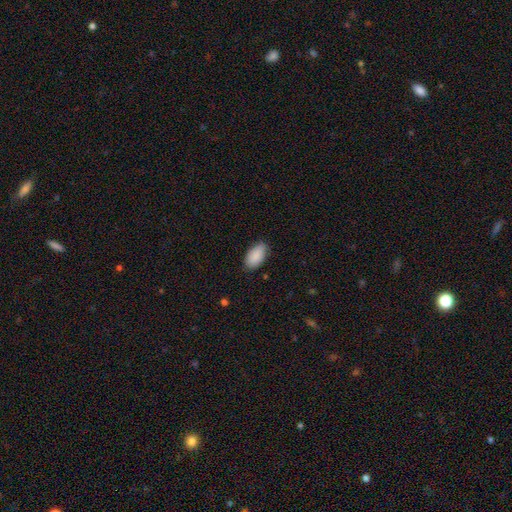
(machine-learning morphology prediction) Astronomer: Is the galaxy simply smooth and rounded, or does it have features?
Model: smooth — 90%.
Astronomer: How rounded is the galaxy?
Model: in between — 95%.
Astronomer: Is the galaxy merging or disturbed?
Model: none — 83%.